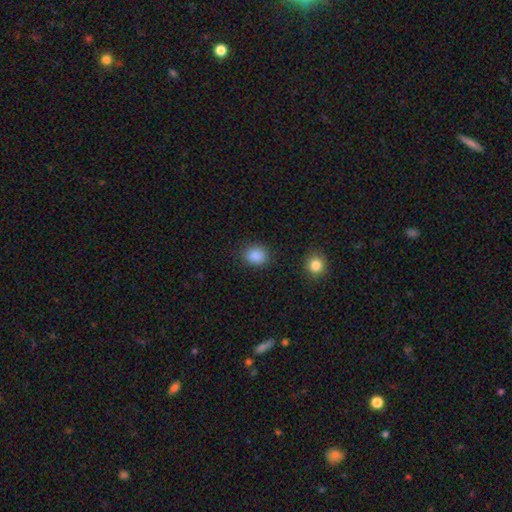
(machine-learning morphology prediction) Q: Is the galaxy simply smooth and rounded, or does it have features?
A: smooth — 87%.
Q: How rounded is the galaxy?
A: round — 62%.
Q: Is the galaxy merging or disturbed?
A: none — 85%.